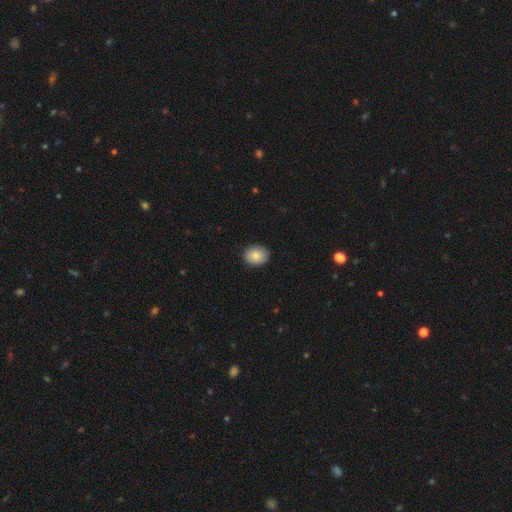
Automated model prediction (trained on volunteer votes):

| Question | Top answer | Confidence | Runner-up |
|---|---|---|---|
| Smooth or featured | smooth | 86% | star or artifact (8%) |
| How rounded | in between | 54% | round (45%) |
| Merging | none | 90% | minor disturbance (8%) |